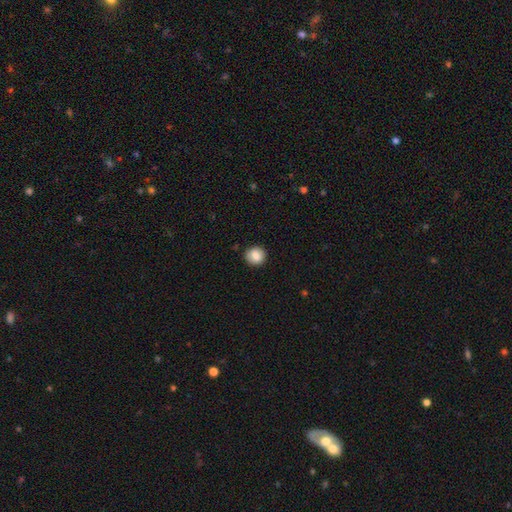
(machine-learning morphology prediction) A smooth galaxy with no disk features (84%) that is round (86%). Merging: none (89%).